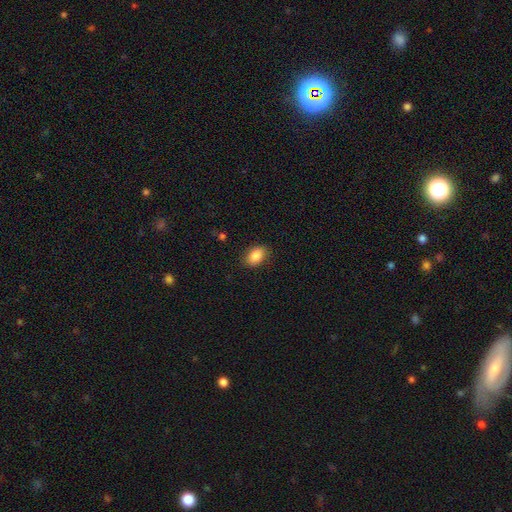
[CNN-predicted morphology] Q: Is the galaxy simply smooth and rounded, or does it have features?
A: smooth — 87%.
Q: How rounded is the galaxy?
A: in between — 83%.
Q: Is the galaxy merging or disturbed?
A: none — 84%.